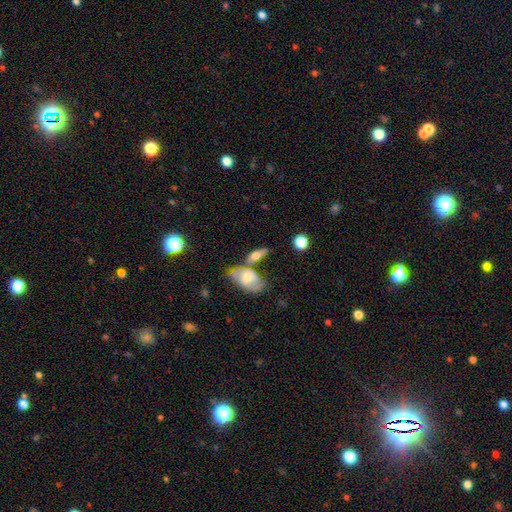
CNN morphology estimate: A smooth galaxy with no disk features (53%) that is in between round and cigar-shaped (71%).

Vote fractions:
- Smooth or featured? smooth: 53% / featured or disk: 40% / star or artifact: 7%
- How rounded? in between: 71% / cigar-shaped: 20% / round: 8%
- Merging? none: 45% / merger: 33% / minor disturbance: 15% / major disturbance: 7%